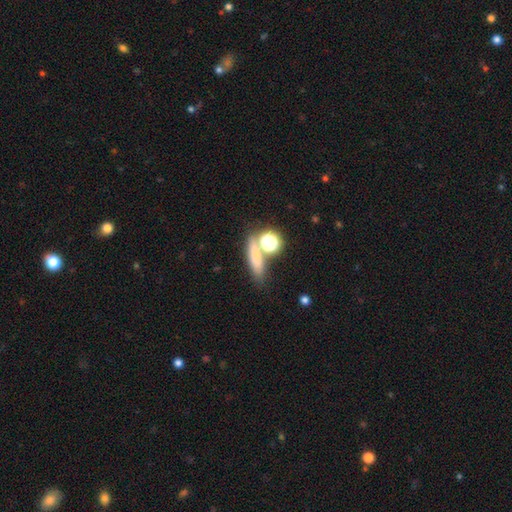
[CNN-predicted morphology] Smooth or featured? Predicted: smooth (p=0.67). How rounded? Predicted: cigar-shaped (p=0.50). Merging? Predicted: none (p=0.65).